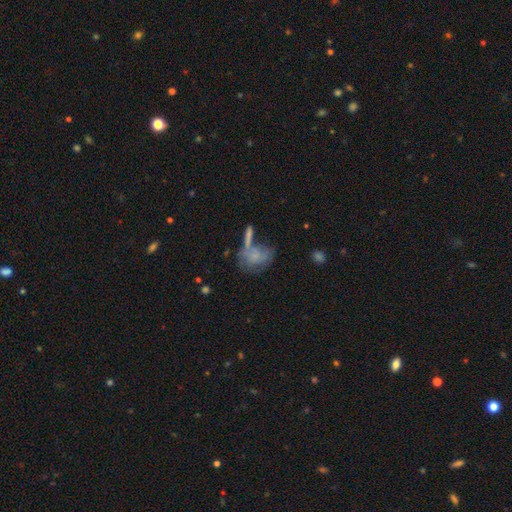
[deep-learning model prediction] Smooth or featured? smooth (59%)
How rounded? in between (72%)
Merging? none (31%)